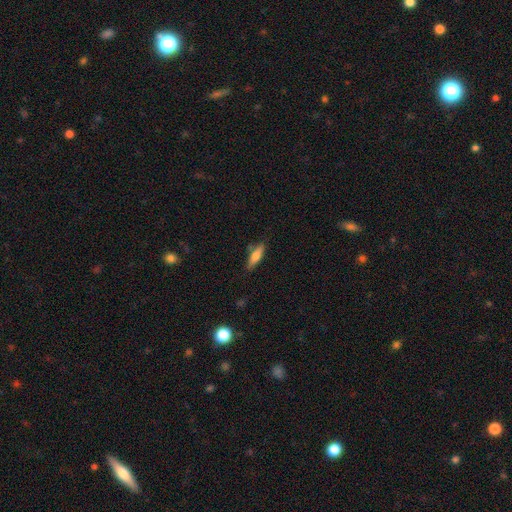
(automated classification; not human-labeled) smooth_or_featured: smooth (p=0.65) [alt: featured or disk p=0.28]
how_rounded: cigar-shaped (p=0.63) [alt: in between p=0.35]
merging: none (p=0.77) [alt: minor disturbance p=0.15]